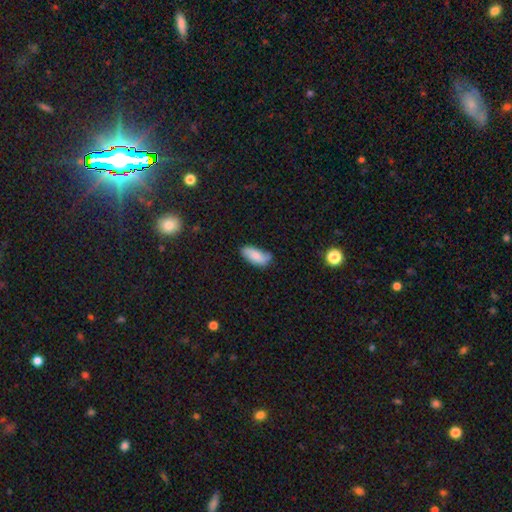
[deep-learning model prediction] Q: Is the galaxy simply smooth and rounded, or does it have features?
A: smooth — 75%.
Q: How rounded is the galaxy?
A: in between — 89%.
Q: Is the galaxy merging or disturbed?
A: none — 62%.